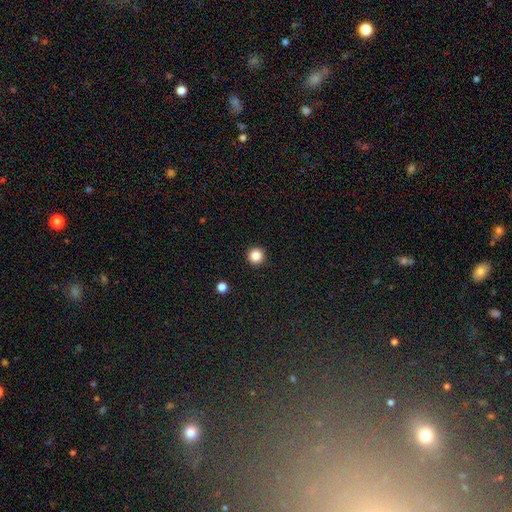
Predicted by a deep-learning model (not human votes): Q: Smooth or featured?
A: smooth (85%); runner-up: star or artifact (11%)
Q: How rounded?
A: round (97%); runner-up: in between (2%)
Q: Merging?
A: none (94%); runner-up: minor disturbance (4%)